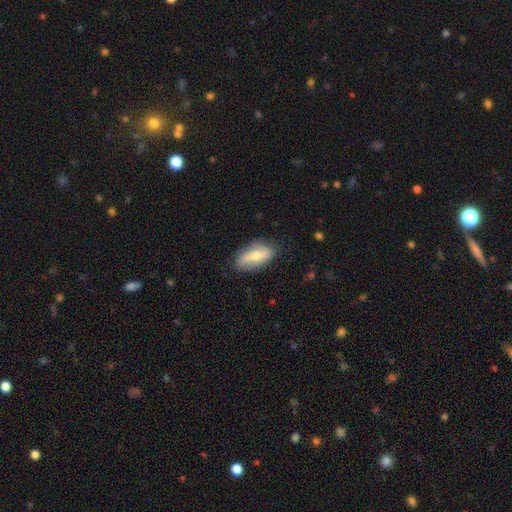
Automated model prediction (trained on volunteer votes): smooth-or-featured: smooth: 55% | featured or disk: 39% | star or artifact: 6%
  how-rounded: in between: 87% | cigar-shaped: 8% | round: 5%
  merging: none: 76% | minor disturbance: 18% | major disturbance: 4% | merger: 1%